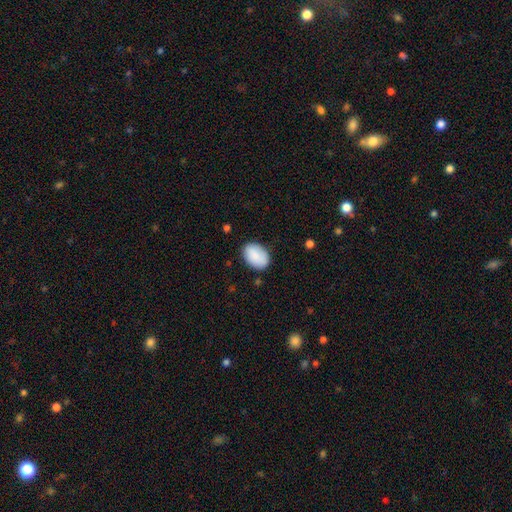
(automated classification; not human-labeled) A smooth galaxy with no disk features (89%) that is in between round and cigar-shaped (86%).

Vote fractions:
- Smooth or featured? smooth: 89% / star or artifact: 6% / featured or disk: 5%
- How rounded? in between: 86% / round: 13% / cigar-shaped: 1%
- Merging? none: 82% / minor disturbance: 13% / major disturbance: 3% / merger: 1%